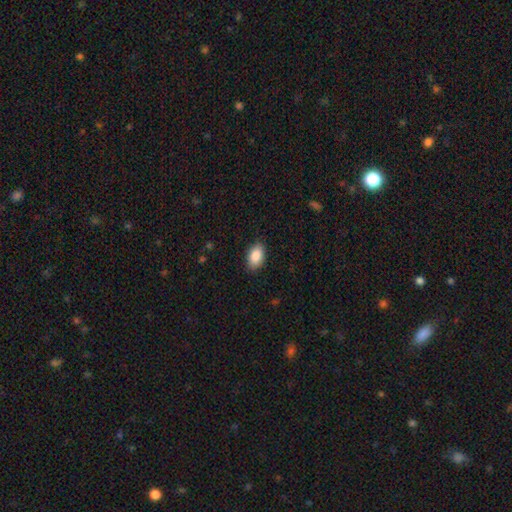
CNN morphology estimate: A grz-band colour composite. It shows a smooth galaxy with no disk features (87%) that is in between round and cigar-shaped (91%). Merging: none (87%).